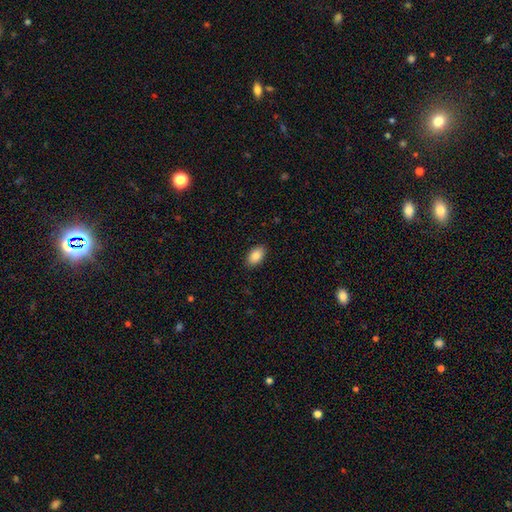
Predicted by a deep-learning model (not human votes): Overall: smooth (87%). How rounded: in between (93%). Merging: none (89%).